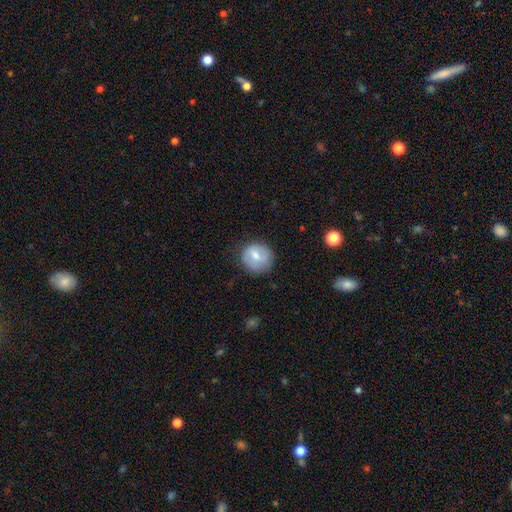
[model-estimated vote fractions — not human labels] Q: Smooth or featured?
A: smooth (68%); runner-up: featured or disk (25%)
Q: How rounded?
A: round (86%); runner-up: in between (13%)
Q: Merging?
A: none (76%); runner-up: minor disturbance (17%)